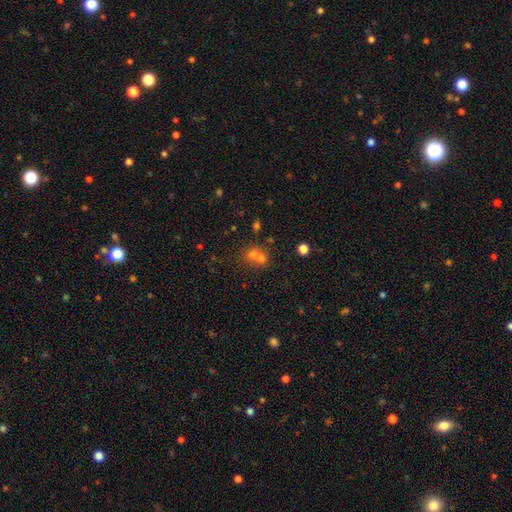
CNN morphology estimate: Smooth or featured: smooth — 66% (star or artifact — 18%)
How rounded: round — 76% (in between — 23%)
Merging: merger — 58% (none — 34%)